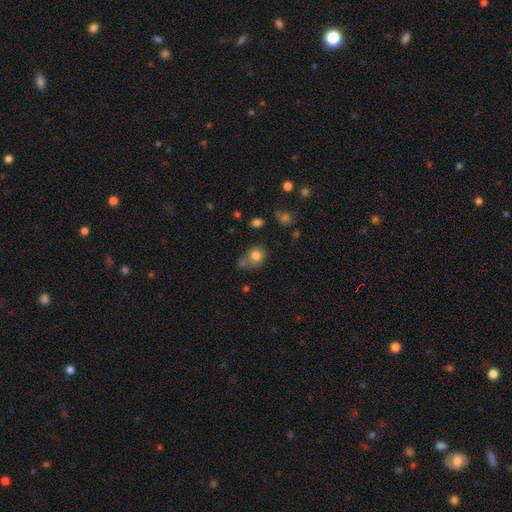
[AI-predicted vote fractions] Morphology: type=smooth (79%); roundness=round (68%); merging=none (45%).